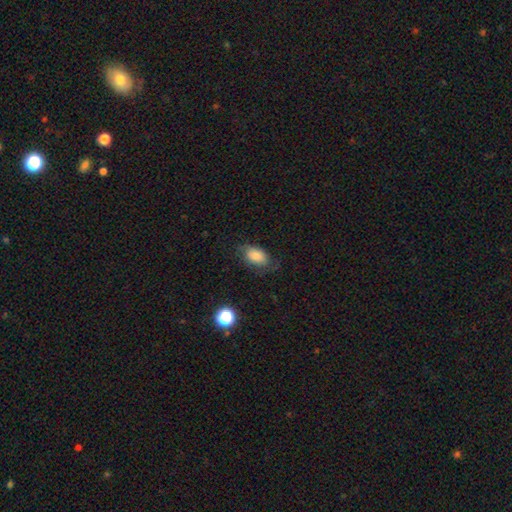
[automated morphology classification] Smooth or featured? Predicted: smooth (p=0.73). How rounded? Predicted: in between (p=0.90). Merging? Predicted: none (p=0.65).